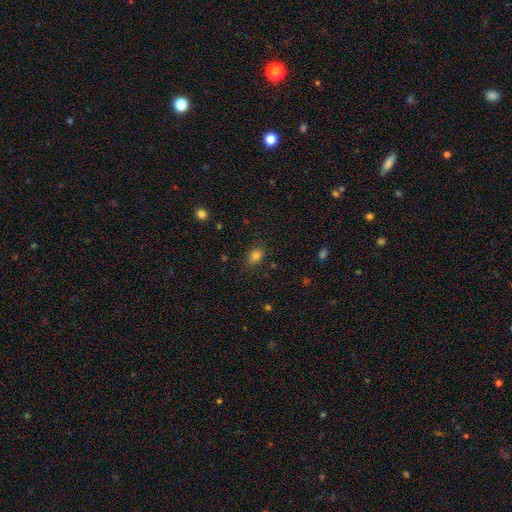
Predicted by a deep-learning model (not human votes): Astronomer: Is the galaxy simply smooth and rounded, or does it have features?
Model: smooth — 81%.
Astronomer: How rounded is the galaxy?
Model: in between — 63%.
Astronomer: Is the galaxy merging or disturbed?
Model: none — 78%.